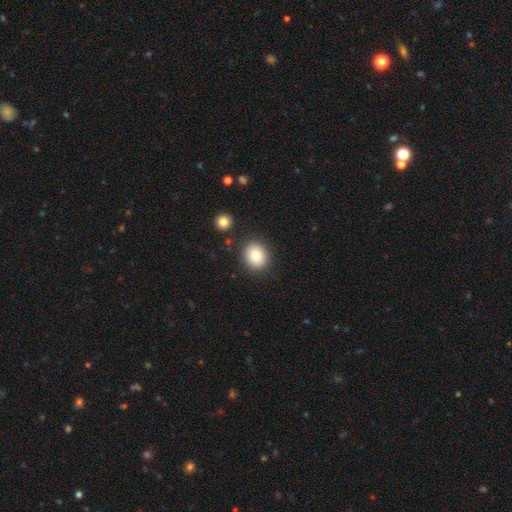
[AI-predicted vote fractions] Smooth or featured: smooth — 83% (star or artifact — 9%)
How rounded: round — 69% (in between — 30%)
Merging: none — 86% (minor disturbance — 8%)